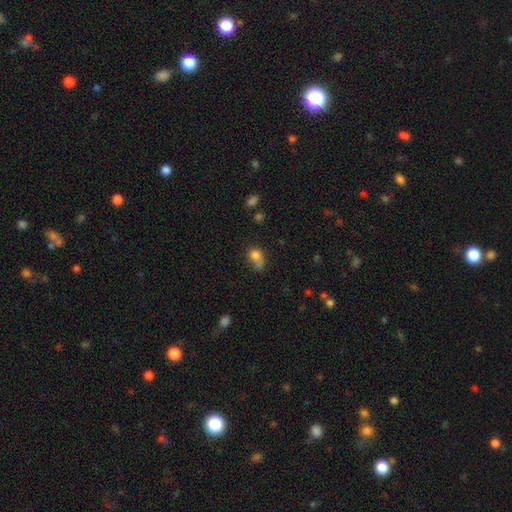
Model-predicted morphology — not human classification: The model was most divided on "merging": none: 32%, merger: 26%, minor disturbance: 24%, major disturbance: 17%. More confident: smooth or featured — smooth (78%); how rounded — round (56%).